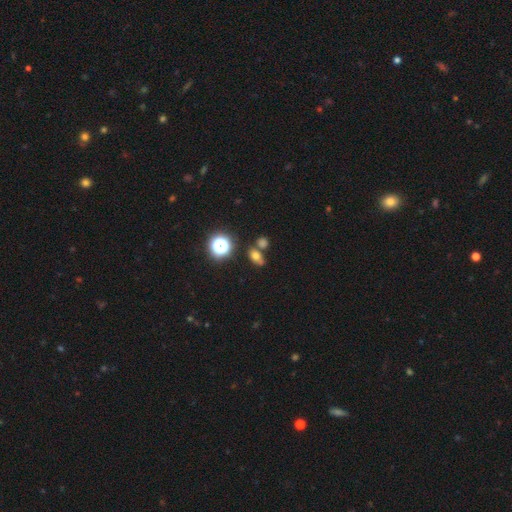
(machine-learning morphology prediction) type=smooth (66%); roundness=in between (73%); merging=none (62%).